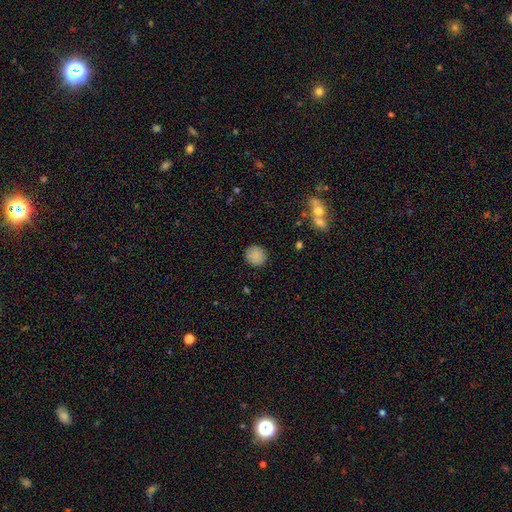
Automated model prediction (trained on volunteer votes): Smooth or featured?
  - smooth: 87% *
  - star or artifact: 9%
  - featured or disk: 5%
How rounded?
  - round: 90% *
  - in between: 9%
  - cigar-shaped: 1%
Merging?
  - none: 90% *
  - minor disturbance: 7%
  - major disturbance: 2%
  - merger: 1%